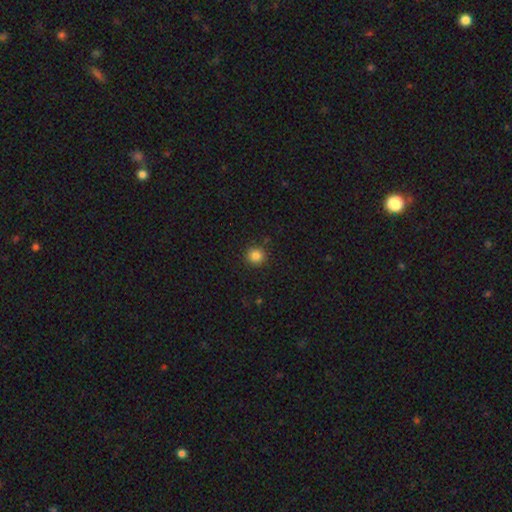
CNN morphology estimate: A smooth galaxy with no disk features (85%) that is round (93%).

Vote fractions:
- Smooth or featured? smooth: 85% / star or artifact: 11% / featured or disk: 4%
- How rounded? round: 93% / in between: 6% / cigar-shaped: 1%
- Merging? none: 90% / minor disturbance: 6% / major disturbance: 2% / merger: 1%